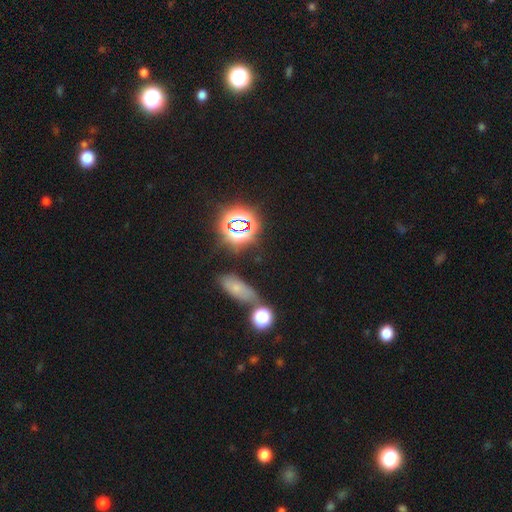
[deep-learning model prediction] This appears to be a star or artifact, not a galaxy (66%).